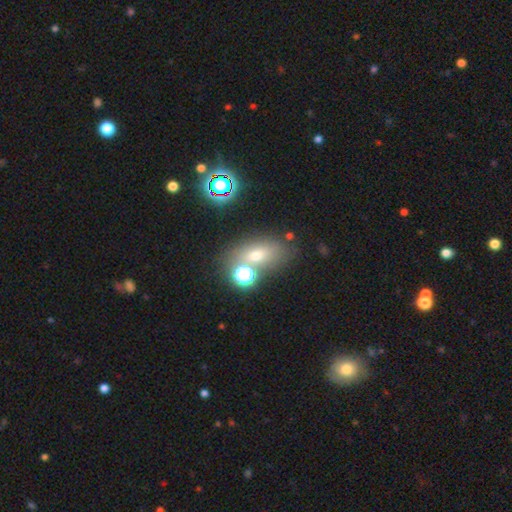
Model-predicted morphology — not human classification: A smooth galaxy with no disk features (57%) that is in between round and cigar-shaped (71%).

Vote fractions:
- Smooth or featured? smooth: 57% / star or artifact: 26% / featured or disk: 18%
- How rounded? in between: 71% / round: 24% / cigar-shaped: 5%
- Merging? none: 62% / merger: 18% / minor disturbance: 14% / major disturbance: 7%